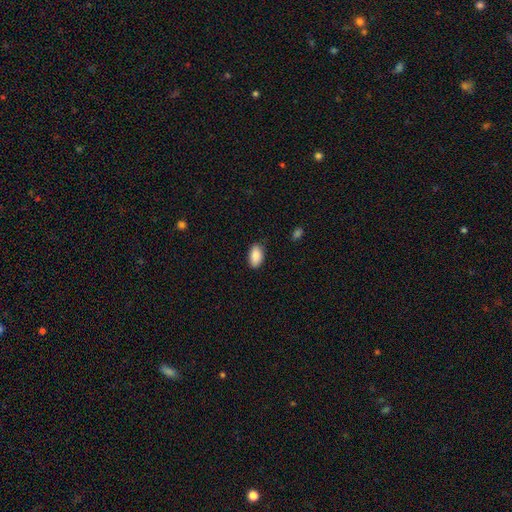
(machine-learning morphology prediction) smooth_or_featured: smooth (p=0.88) [alt: star or artifact p=0.07]
how_rounded: in between (p=0.93) [alt: round p=0.04]
merging: none (p=0.84) [alt: minor disturbance p=0.13]